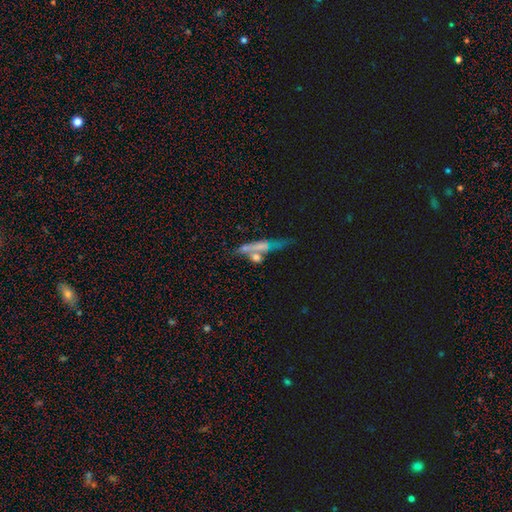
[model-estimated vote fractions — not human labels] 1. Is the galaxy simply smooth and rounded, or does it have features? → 45% featured or disk, 39% smooth, 15% star or artifact.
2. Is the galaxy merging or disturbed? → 39% none, 30% merger, 16% minor disturbance, 14% major disturbance.